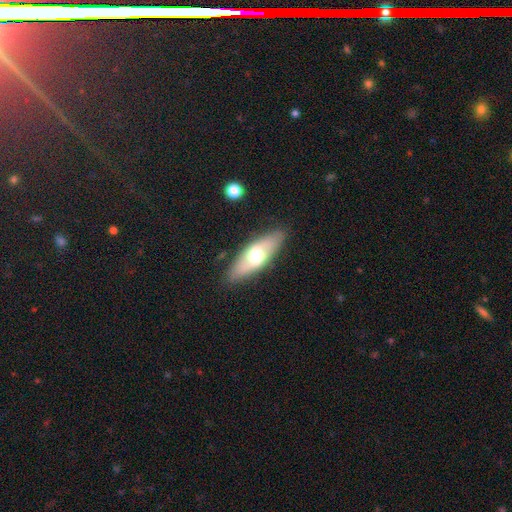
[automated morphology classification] smooth 54%, featured or disk 40%, star or artifact 6%. Down the decision tree: how rounded — in between (66%); merging — none (85%).